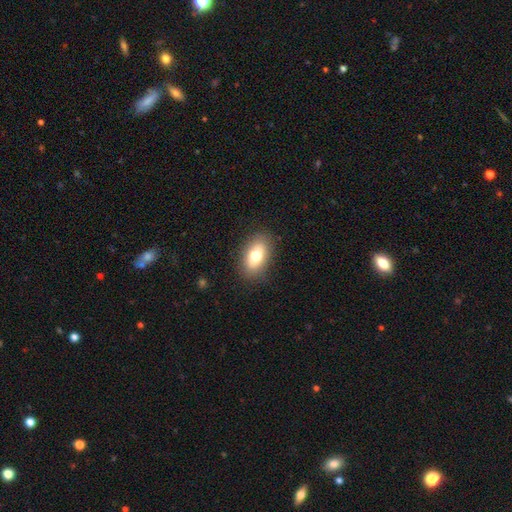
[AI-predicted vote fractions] Smooth or featured: smooth — 74% (featured or disk — 18%)
How rounded: in between — 89% (round — 8%)
Merging: none — 87% (minor disturbance — 10%)